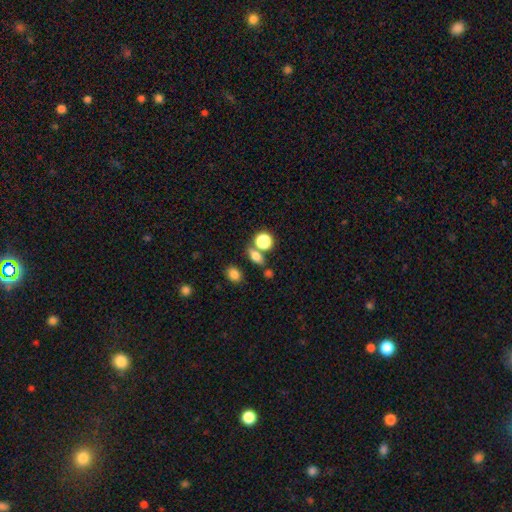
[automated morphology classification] This appears to be a smooth galaxy with no disk features (74%) that is in between round and cigar-shaped (60%). Merging: none (68%).